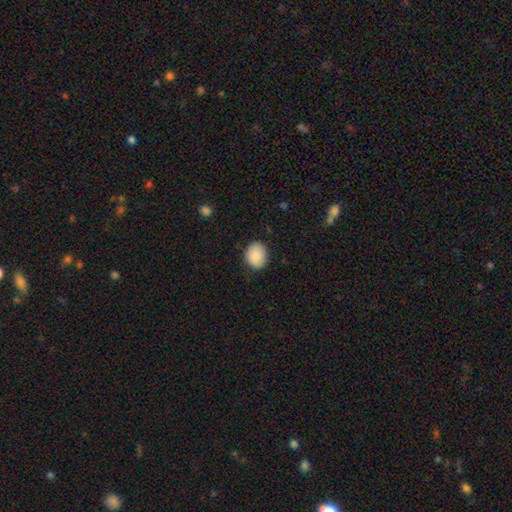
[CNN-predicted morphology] type=smooth (87%); roundness=round (59%); merging=none (83%).